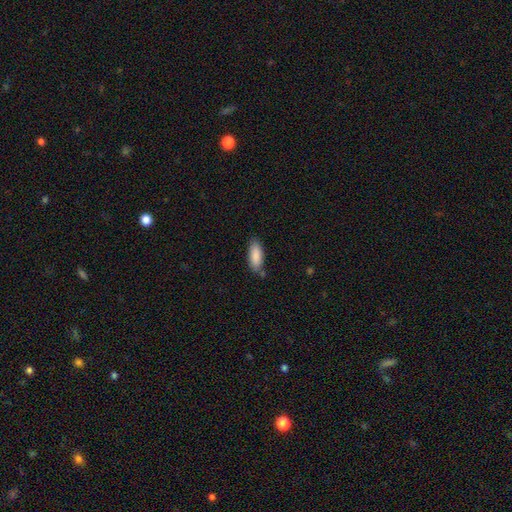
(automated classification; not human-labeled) smooth 88%, star or artifact 6%, featured or disk 6%. Down the decision tree: how rounded — in between (75%); merging — none (77%).